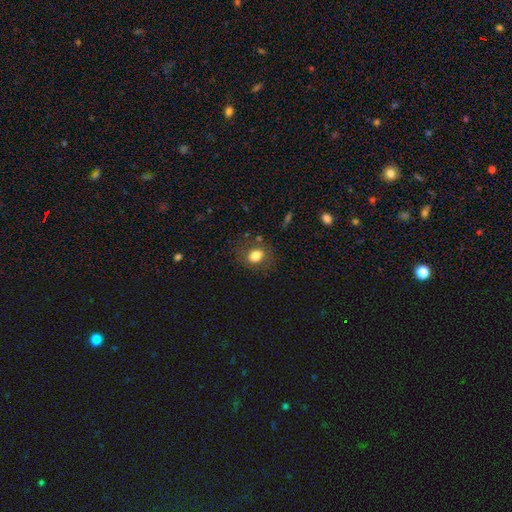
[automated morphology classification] smooth_or_featured: smooth (p=0.80) [alt: star or artifact p=0.10]
how_rounded: round (p=0.57) [alt: in between p=0.42]
merging: none (p=0.78) [alt: minor disturbance p=0.14]